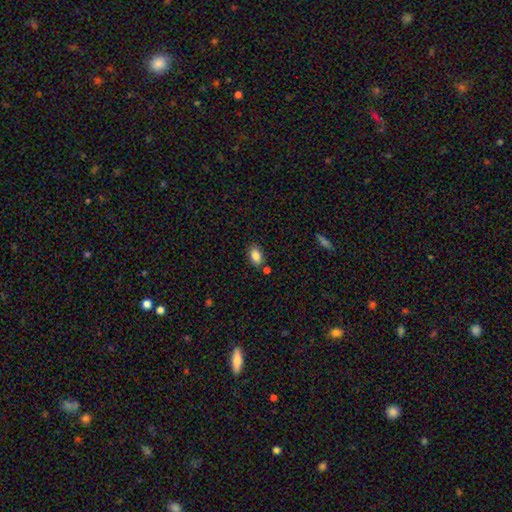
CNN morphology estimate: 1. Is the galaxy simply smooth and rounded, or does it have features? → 85% smooth, 8% star or artifact, 6% featured or disk.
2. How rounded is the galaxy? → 89% in between, 9% round, 2% cigar-shaped.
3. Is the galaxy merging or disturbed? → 75% none, 13% minor disturbance, 9% merger, 3% major disturbance.